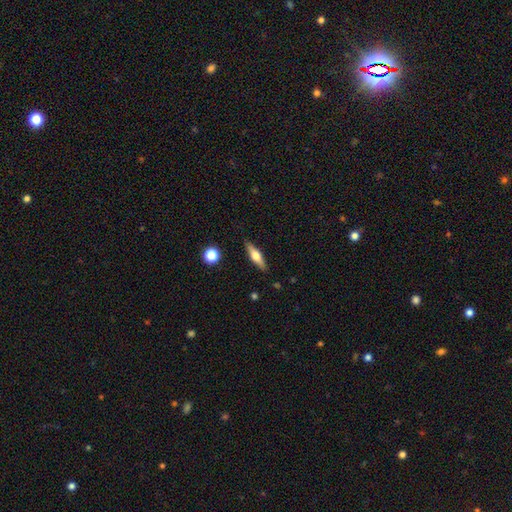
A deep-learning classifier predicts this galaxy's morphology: Smooth or featured? featured or disk (53%)
Edge-on disk? yes (94%)
Merging? none (88%)